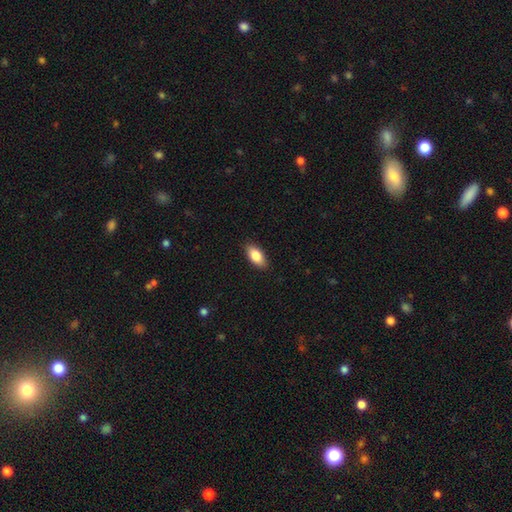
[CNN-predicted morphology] type=smooth (84%); roundness=in between (90%); merging=none (89%).